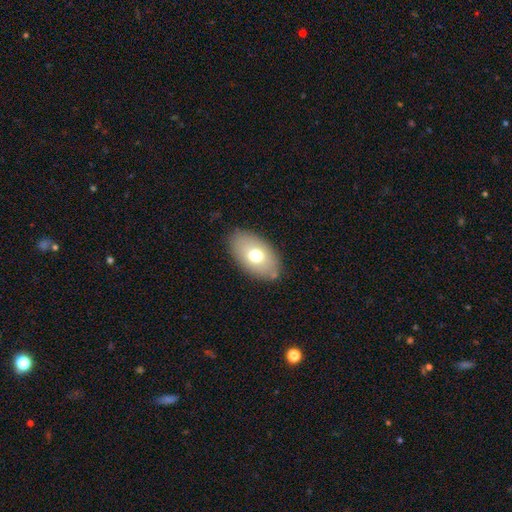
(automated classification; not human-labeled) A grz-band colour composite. It shows a smooth galaxy with no disk features (68%) that is in between round and cigar-shaped (92%). Merging: none (84%).